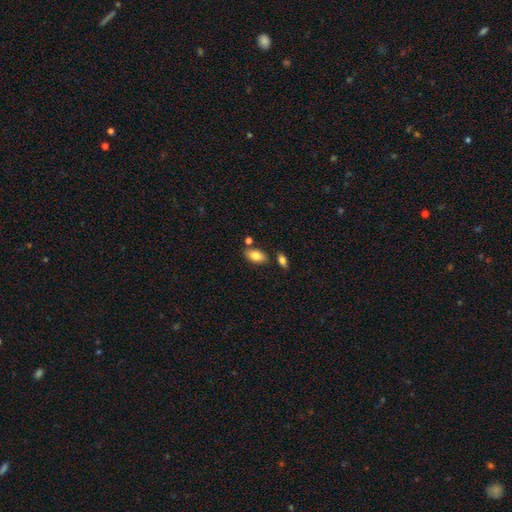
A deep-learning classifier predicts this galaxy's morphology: This appears to be a smooth galaxy with no disk features (84%) that is in between round and cigar-shaped (92%). Merging: none (76%).